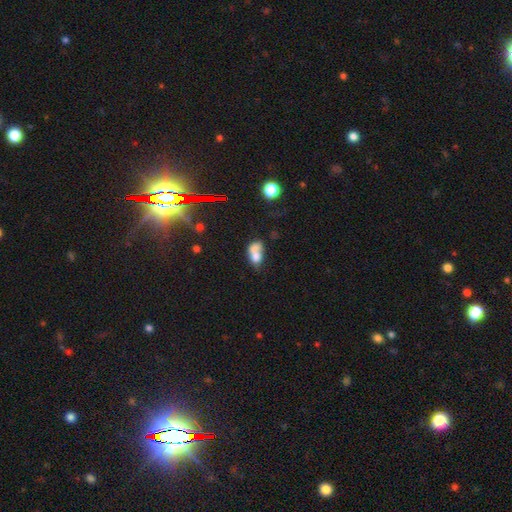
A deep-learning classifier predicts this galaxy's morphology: Smooth or featured? Predicted: smooth (p=0.67). How rounded? Predicted: in between (p=0.70). Merging? Predicted: merger (p=0.61).